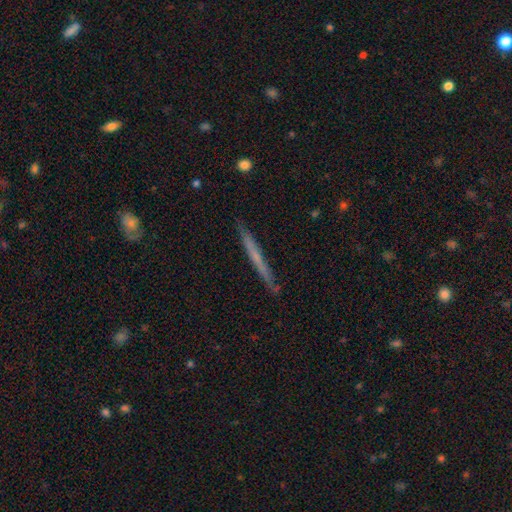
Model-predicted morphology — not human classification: type=featured or disk (53%); edge-on=yes (96%); edge-on bulge=none (82%); merging=none (89%).